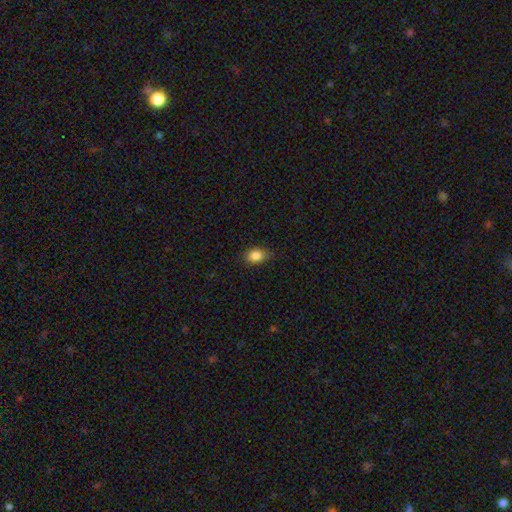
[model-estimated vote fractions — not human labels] Overall: smooth (85%). How rounded: in between (66%; round 32%). Merging: none (81%).